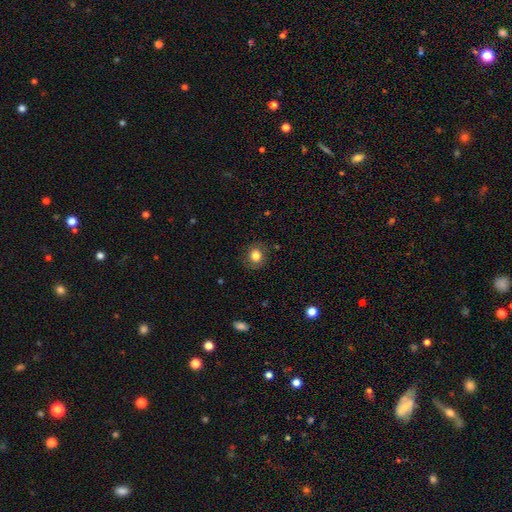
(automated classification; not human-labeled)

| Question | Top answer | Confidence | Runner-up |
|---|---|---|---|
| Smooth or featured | smooth | 80% | star or artifact (10%) |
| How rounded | round | 78% | in between (21%) |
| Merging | none | 84% | minor disturbance (11%) |